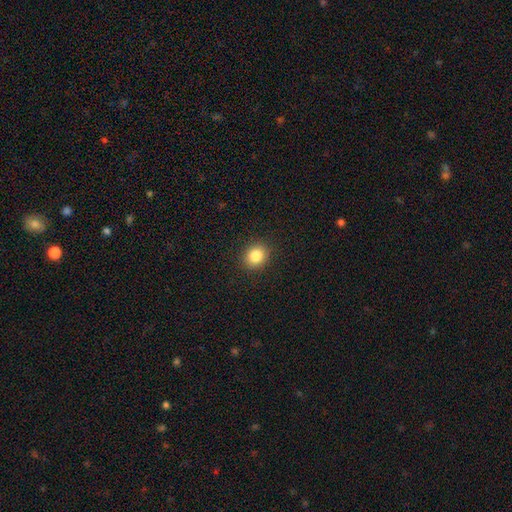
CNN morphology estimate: Smooth or featured?
  - smooth: 84% *
  - star or artifact: 10%
  - featured or disk: 5%
How rounded?
  - round: 74% *
  - in between: 25%
  - cigar-shaped: 1%
Merging?
  - none: 91% *
  - minor disturbance: 6%
  - major disturbance: 2%
  - merger: 1%